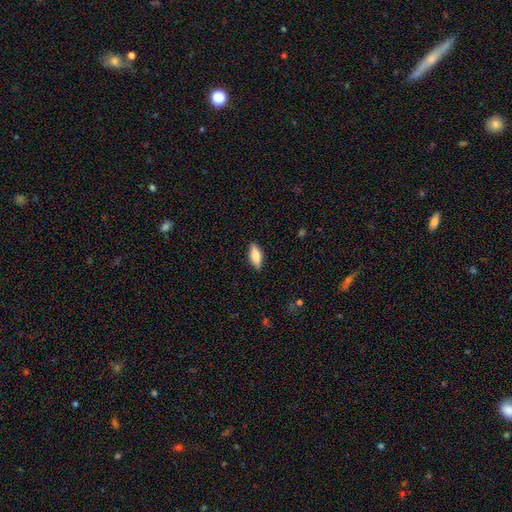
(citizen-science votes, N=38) Volunteers were most divided on "how rounded": in between: 62%, cigar-shaped: 38%, round: 0%. More confident: merging — none (92%); smooth or featured — smooth (76%).